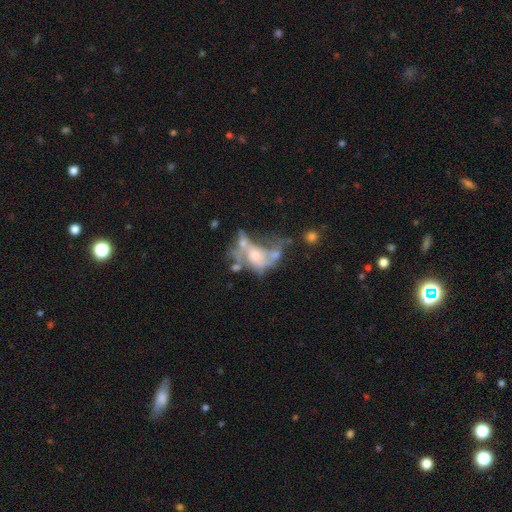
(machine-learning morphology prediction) Smooth or featured: featured or disk — 67% (smooth — 21%)
Edge-on disk: no — 97% (yes — 3%)
Bar: no — 75% (weak — 19%)
Spiral arms: no — 58% (yes — 42%)
Bulge size: moderate — 38% (none — 25%)
Merging: major disturbance — 36% (tied with merger — 36%)